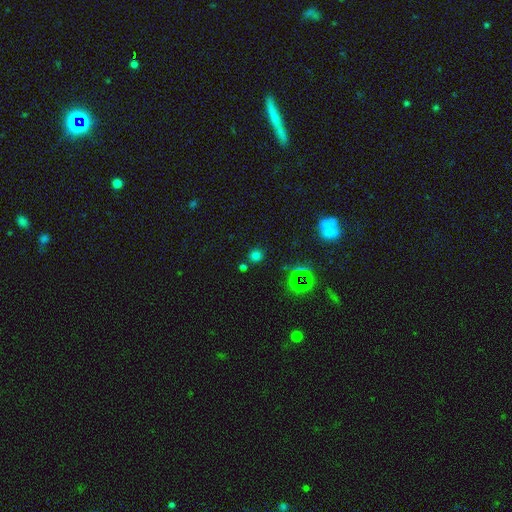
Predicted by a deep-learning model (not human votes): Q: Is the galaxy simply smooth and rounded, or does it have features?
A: smooth — 63%.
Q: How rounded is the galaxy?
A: round — 87%.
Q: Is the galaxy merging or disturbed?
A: none — 79%.